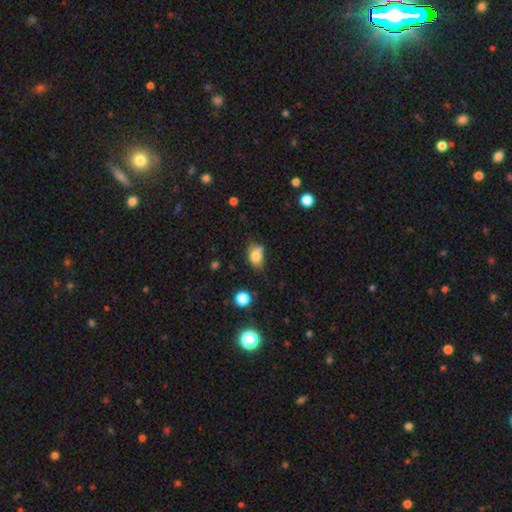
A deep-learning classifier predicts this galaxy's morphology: Smooth or featured: smooth — 78% (star or artifact — 11%)
How rounded: in between — 71% (round — 28%)
Merging: none — 49% (minor disturbance — 27%)